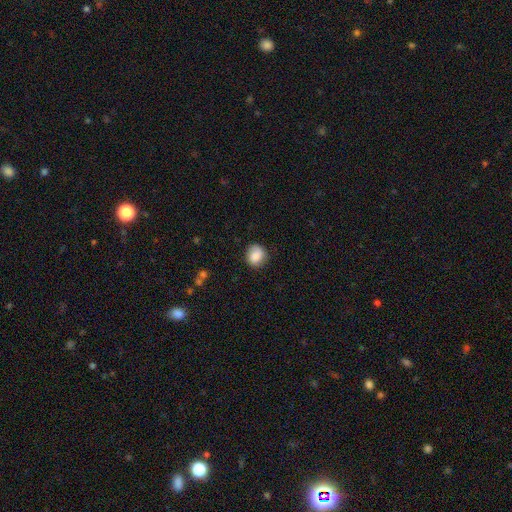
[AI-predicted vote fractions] Overall: smooth (82%). How rounded: round (75%). Merging: none (77%).